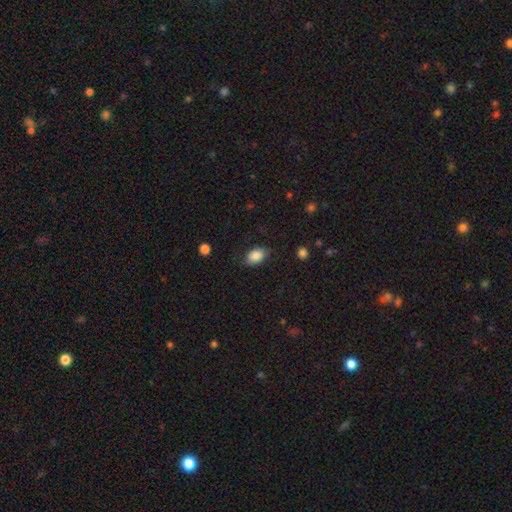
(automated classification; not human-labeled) Overall: smooth (84%). How rounded: in between (85%). Merging: none (73%).